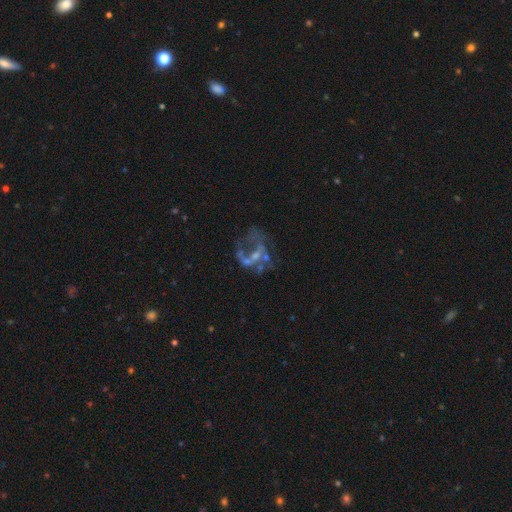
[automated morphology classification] Smooth or featured: featured or disk — 68% (star or artifact — 19%)
Edge-on disk: no — 98% (yes — 2%)
Bar: no — 68% (weak — 23%)
Spiral arms: no — 69% (yes — 31%)
Bulge size: none — 42% (small — 38%)
Merging: major disturbance — 38% (none — 35%)